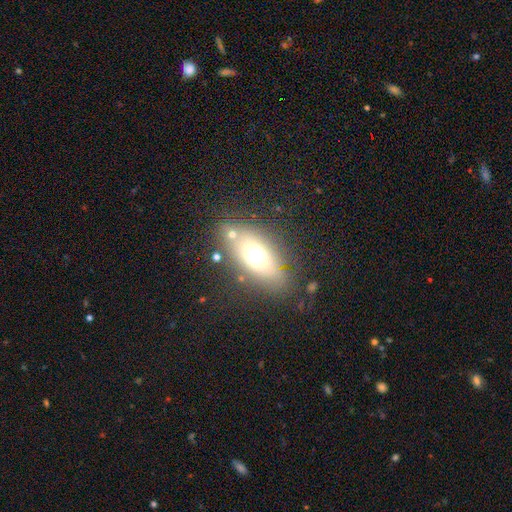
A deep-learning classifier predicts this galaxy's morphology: Overall: smooth (62%; featured or disk 25%). How rounded: in between (79%). Merging: none (75%).